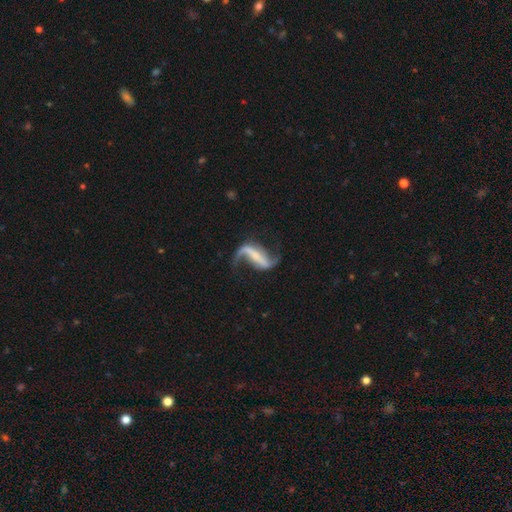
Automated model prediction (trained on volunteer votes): smooth_or_featured: featured or disk (p=0.87) [alt: smooth p=0.07]
disk_edge_on: no (p=0.93) [alt: yes p=0.07]
bar: strong (p=0.64) [alt: weak p=0.22]
has_spiral_arms: yes (p=0.94) [alt: no p=0.06]
spiral_winding: loose (p=0.87) [alt: medium p=0.10]
spiral_arm_count: 2 (p=0.86) [alt: 1 p=0.09]
bulge_size: small (p=0.43) [alt: none p=0.34]
merging: none (p=0.63) [alt: major disturbance p=0.17]